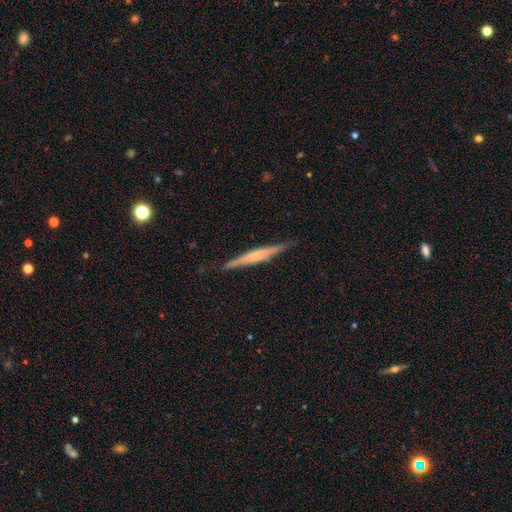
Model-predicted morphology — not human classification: Smooth or featured?
  - featured or disk: 65% *
  - smooth: 29%
  - star or artifact: 6%
Edge-on disk?
  - yes: 97% *
  - no: 3%
Edge-on bulge?
  - rounded: 43% *
  - none: 31%
  - boxy: 26%
Merging?
  - none: 87% *
  - minor disturbance: 10%
  - major disturbance: 2%
  - merger: 1%